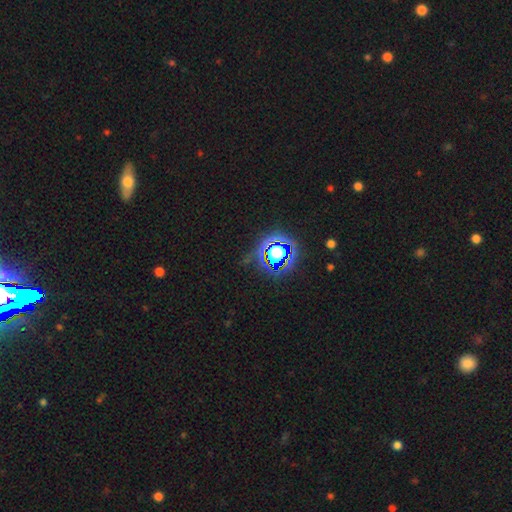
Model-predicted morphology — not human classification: type=star or artifact (78%).